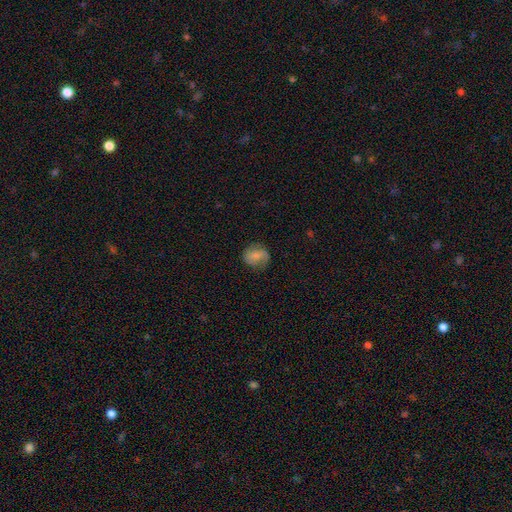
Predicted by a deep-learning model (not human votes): A smooth galaxy with no disk features (66%) that is round (73%).

Vote fractions:
- Smooth or featured? smooth: 66% / featured or disk: 25% / star or artifact: 9%
- How rounded? round: 73% / in between: 26% / cigar-shaped: 1%
- Merging? none: 73% / minor disturbance: 20% / major disturbance: 6% / merger: 1%